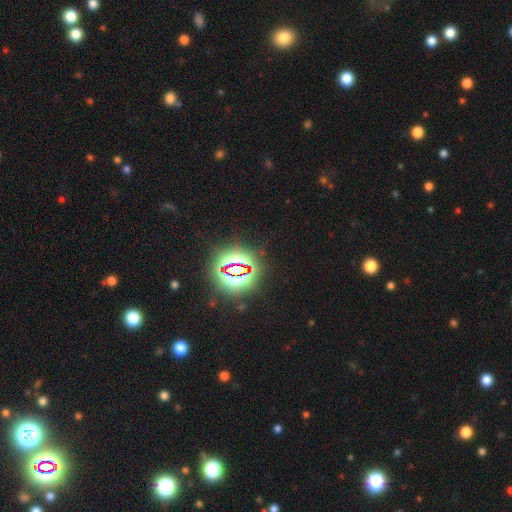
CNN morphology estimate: A star or artifact, not a galaxy (81%).

Vote fractions:
- Smooth or featured? star or artifact: 81% / smooth: 13% / featured or disk: 6%